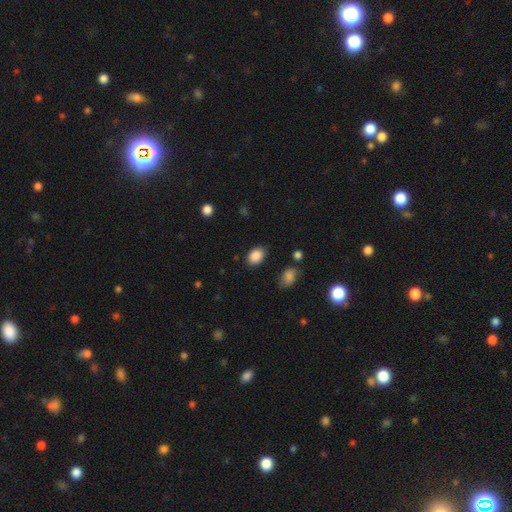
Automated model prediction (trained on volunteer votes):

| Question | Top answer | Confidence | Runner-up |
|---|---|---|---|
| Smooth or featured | smooth | 88% | star or artifact (8%) |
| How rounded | in between | 82% | round (17%) |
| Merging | none | 83% | minor disturbance (13%) |